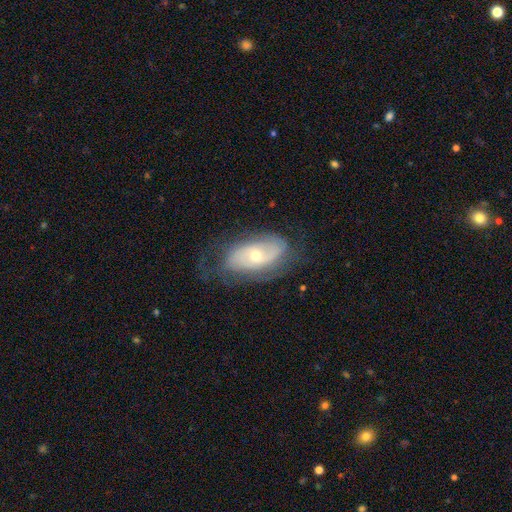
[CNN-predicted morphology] Smooth or featured? Predicted: featured or disk (p=0.68). Edge-on disk? Predicted: no (p=0.91). Bar? Predicted: no (p=0.72). Spiral arms? Predicted: yes (p=0.77). Bulge size? Predicted: small (p=0.52). Merging? Predicted: none (p=0.61).